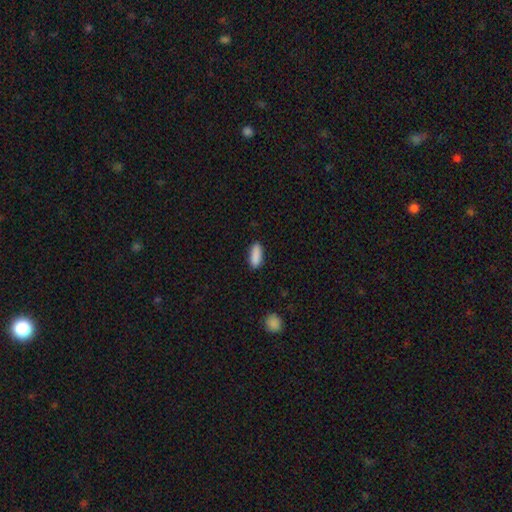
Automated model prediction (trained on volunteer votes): Smooth or featured? Predicted: smooth (p=0.89). How rounded? Predicted: in between (p=0.70). Merging? Predicted: none (p=0.86).